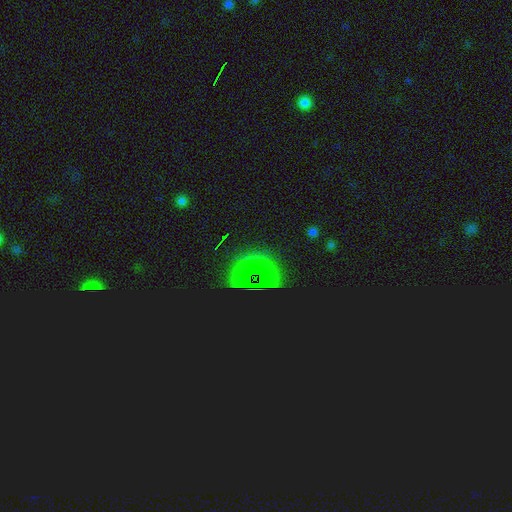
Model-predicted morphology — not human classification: type=star or artifact (64%).